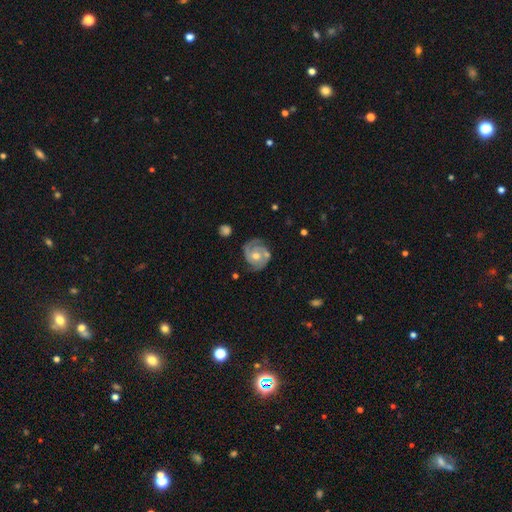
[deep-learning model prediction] This is clearly a featured or disk galaxy (83%). It is clearly not viewed edge-on (98%). Bar: likely no (73%). Spiral arm pattern: clearly yes (94%). Spiral arm count: likely 2 (75%). Spiral winding: possibly tight (56%). Central bulge: likely moderate (72%). Merging: likely none (72%).